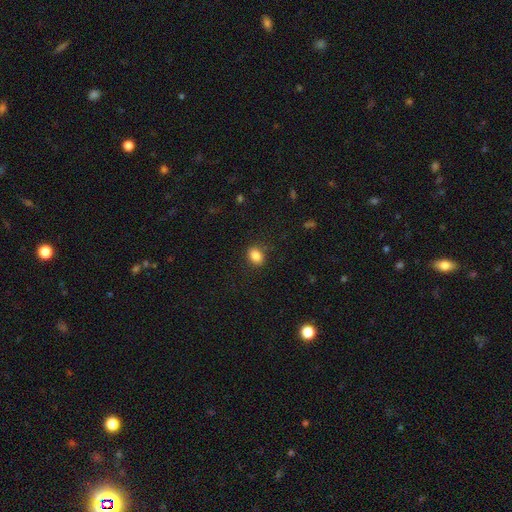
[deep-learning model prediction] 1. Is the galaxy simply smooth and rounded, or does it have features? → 86% smooth, 10% star or artifact, 5% featured or disk.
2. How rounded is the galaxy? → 65% in between, 34% round, 1% cigar-shaped.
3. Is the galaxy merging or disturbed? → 87% none, 9% minor disturbance, 3% major disturbance, 1% merger.